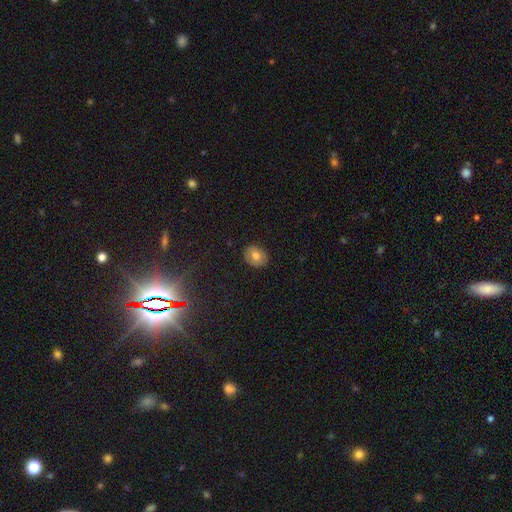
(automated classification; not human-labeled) This is likely a smooth galaxy (70%). How rounded: possibly in between (51%). Merging: clearly none (86%).